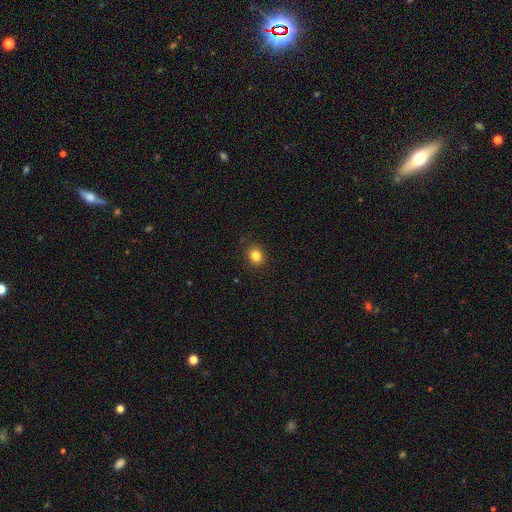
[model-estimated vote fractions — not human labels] smooth_or_featured: smooth (p=0.84) [alt: star or artifact p=0.11]
how_rounded: round (p=0.67) [alt: in between p=0.32]
merging: none (p=0.89) [alt: minor disturbance p=0.08]